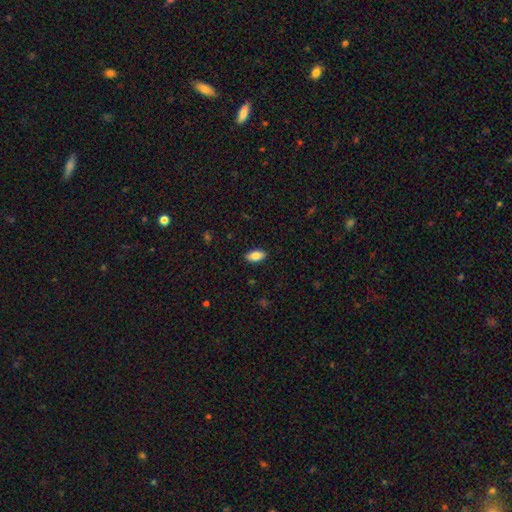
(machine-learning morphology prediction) Overall: smooth (86%). How rounded: in between (92%). Merging: none (89%).